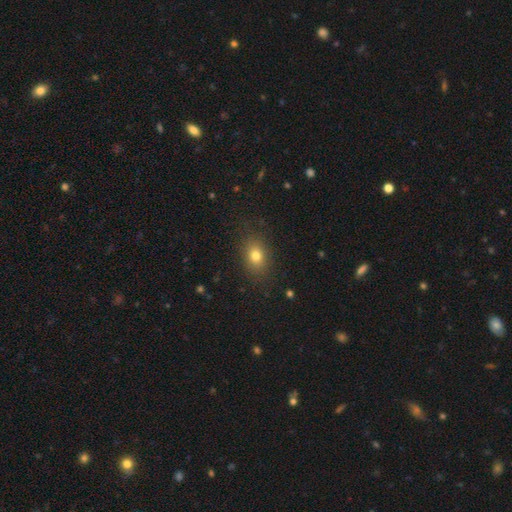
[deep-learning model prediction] smooth-or-featured: smooth: 78% | star or artifact: 12% | featured or disk: 10%
  how-rounded: in between: 72% | round: 26% | cigar-shaped: 2%
  merging: none: 85% | minor disturbance: 10% | major disturbance: 3% | merger: 1%